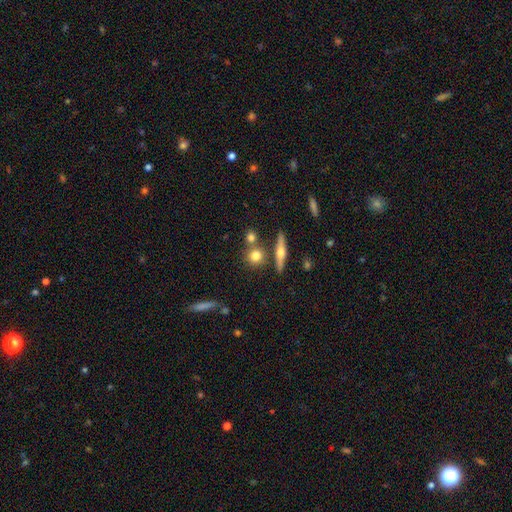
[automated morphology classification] Smooth or featured: smooth — 71% (featured or disk — 19%)
How rounded: round — 79% (in between — 13%)
Merging: none — 67% (merger — 20%)